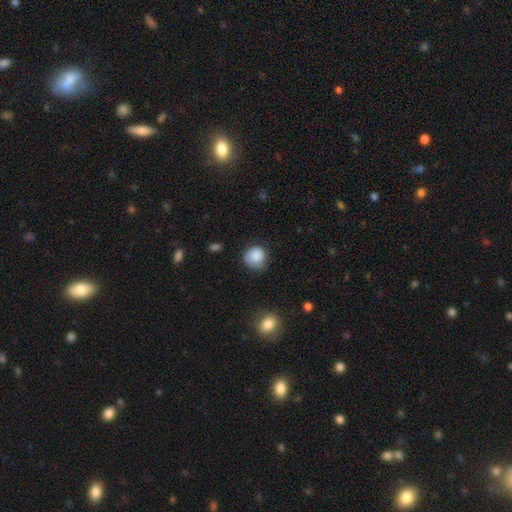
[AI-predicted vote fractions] This is clearly a smooth galaxy (86%). How rounded: clearly round (88%). Merging: likely none (66%).